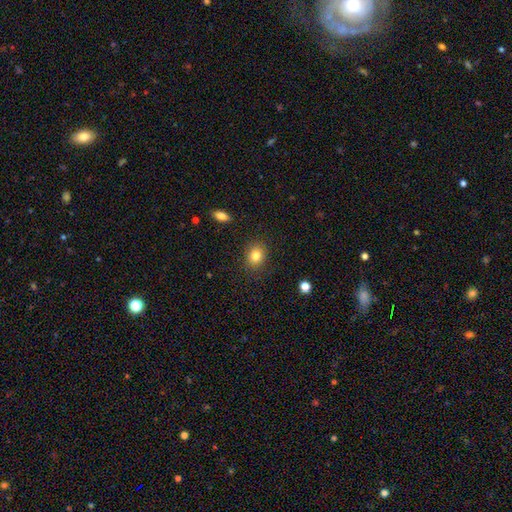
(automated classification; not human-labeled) Overall: smooth (83%). How rounded: round (57%; in between 42%). Merging: none (87%).